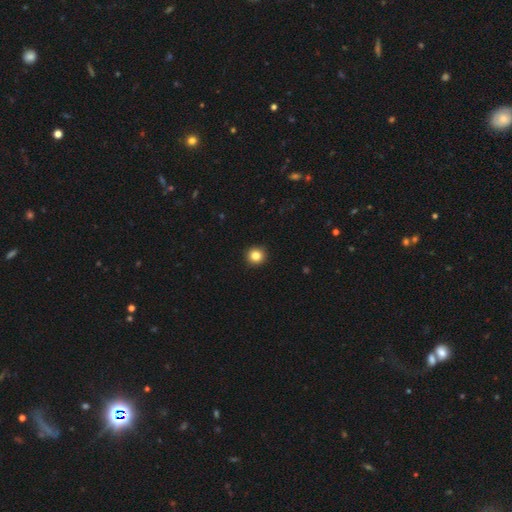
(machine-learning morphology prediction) Smooth or featured: smooth — 84% (star or artifact — 11%)
How rounded: round — 94% (in between — 5%)
Merging: none — 93% (minor disturbance — 5%)